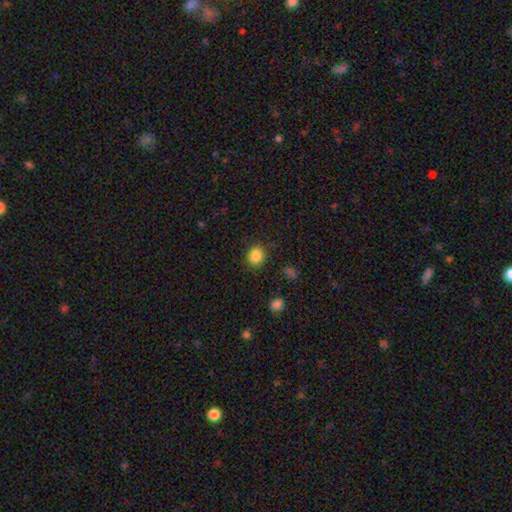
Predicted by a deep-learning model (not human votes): smooth 85%, star or artifact 11%, featured or disk 4%. Down the decision tree: how rounded — round (77%); merging — none (86%).